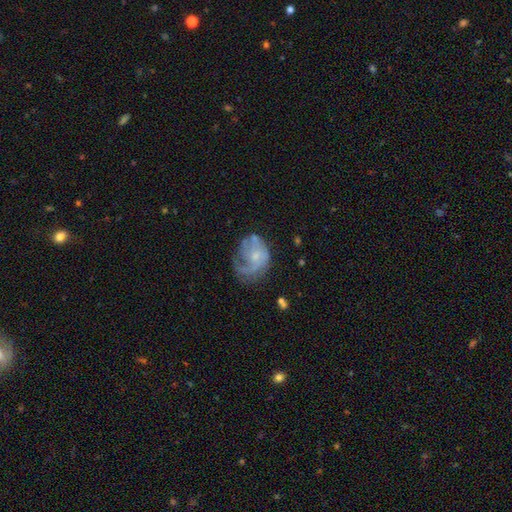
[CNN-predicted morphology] The model was most divided on "spiral winding": medium: 39%, loose: 35%, tight: 26%. Remaining: edge-on disk — no (98%); spiral arms — yes (78%); bar — no (74%); smooth or featured — featured or disk (69%); bulge size — small (63%); merging — none (43%); spiral arm count — 1 (32%).